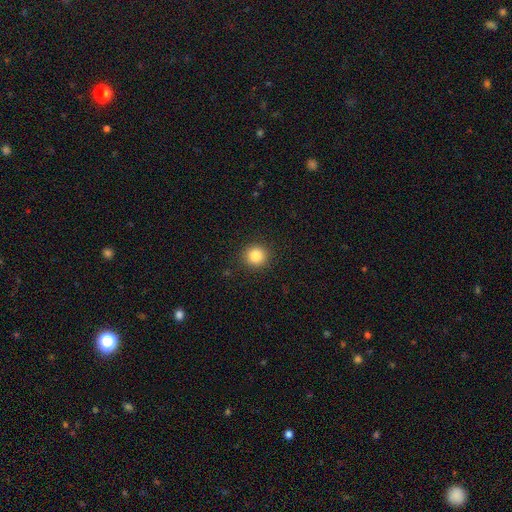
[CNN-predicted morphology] Smooth or featured? smooth (84%)
How rounded? round (93%)
Merging? none (91%)